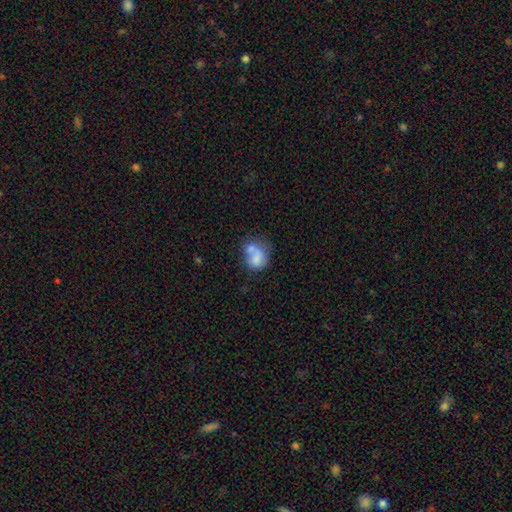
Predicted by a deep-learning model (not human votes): This is likely a smooth galaxy (66%). How rounded: possibly in between (56%). Merging: possibly merger (47%).